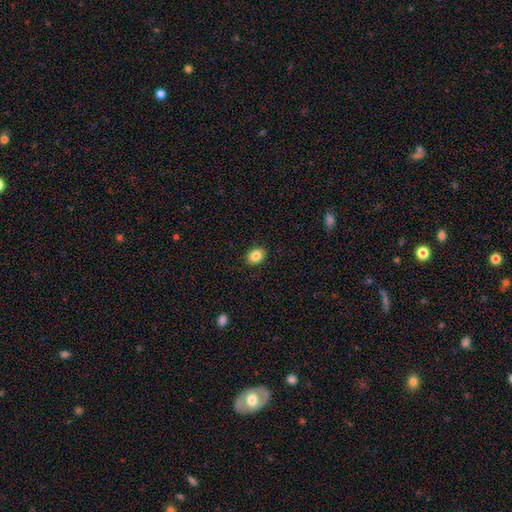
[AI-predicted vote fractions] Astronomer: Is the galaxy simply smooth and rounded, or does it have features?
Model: smooth — 85%.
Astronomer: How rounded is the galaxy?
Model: in between — 65%.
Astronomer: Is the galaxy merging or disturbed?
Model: none — 90%.